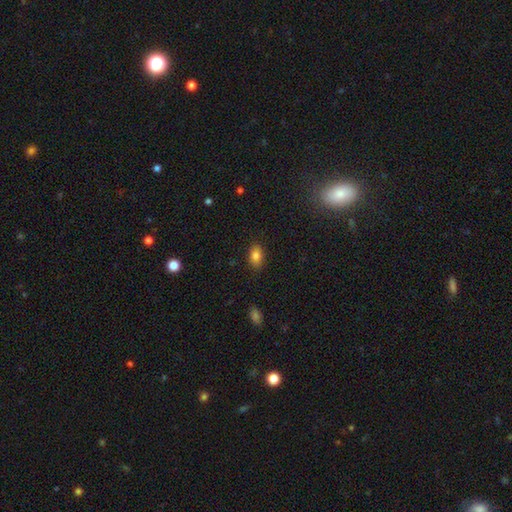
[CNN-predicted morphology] Smooth or featured? smooth (84%)
How rounded? in between (87%)
Merging? none (85%)